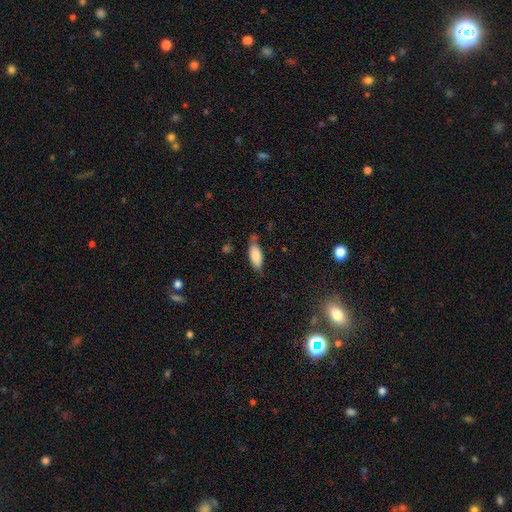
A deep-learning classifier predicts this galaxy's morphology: A smooth galaxy with no disk features (82%) that is in between round and cigar-shaped (81%). Merging: none (65%).